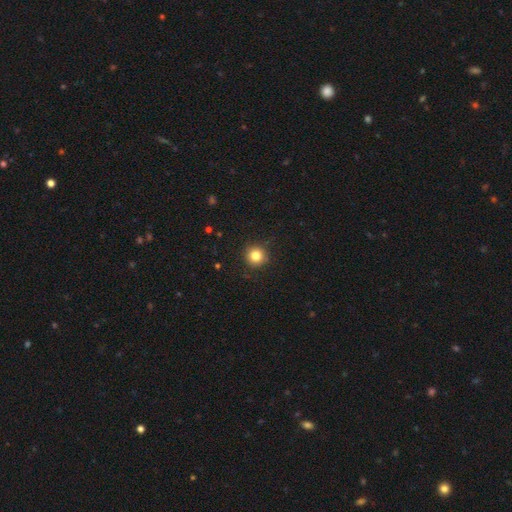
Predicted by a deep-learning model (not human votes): Smooth or featured?
  - smooth: 83% *
  - star or artifact: 12%
  - featured or disk: 6%
How rounded?
  - round: 94% *
  - in between: 5%
  - cigar-shaped: 1%
Merging?
  - none: 88% *
  - minor disturbance: 8%
  - major disturbance: 2%
  - merger: 1%